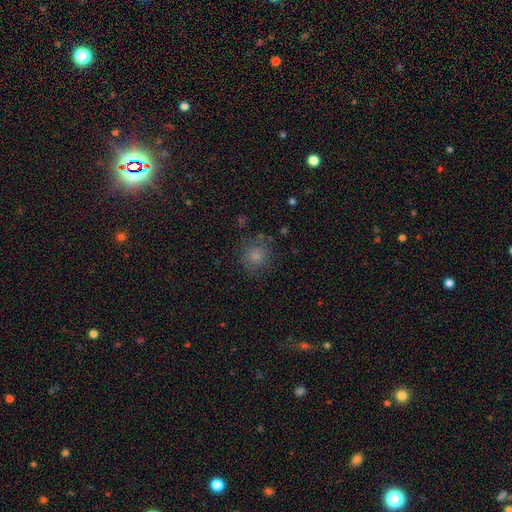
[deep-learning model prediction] smooth_or_featured: smooth (p=0.79) [alt: star or artifact p=0.12]
how_rounded: round (p=0.86) [alt: in between p=0.13]
merging: none (p=0.77) [alt: minor disturbance p=0.14]